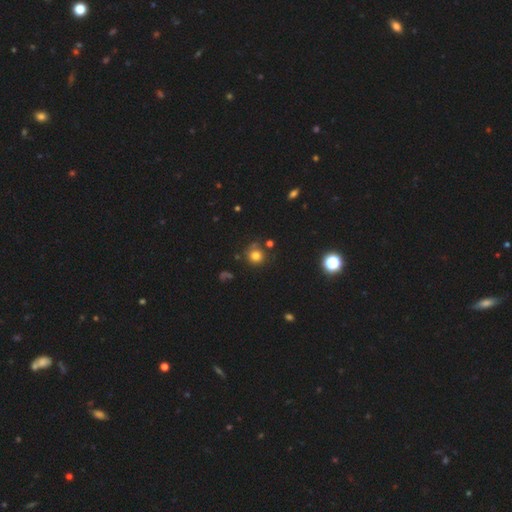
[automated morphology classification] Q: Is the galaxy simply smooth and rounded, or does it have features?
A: smooth — 75%.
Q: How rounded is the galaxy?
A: round — 89%.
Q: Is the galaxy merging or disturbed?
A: none — 73%.